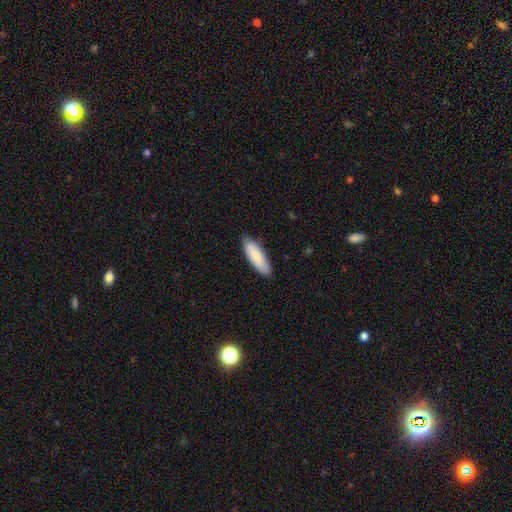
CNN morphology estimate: Smooth or featured?
  - smooth: 83% *
  - featured or disk: 11%
  - star or artifact: 5%
How rounded?
  - in between: 54% *
  - cigar-shaped: 45%
  - round: 1%
Merging?
  - none: 86% *
  - minor disturbance: 11%
  - major disturbance: 2%
  - merger: 1%